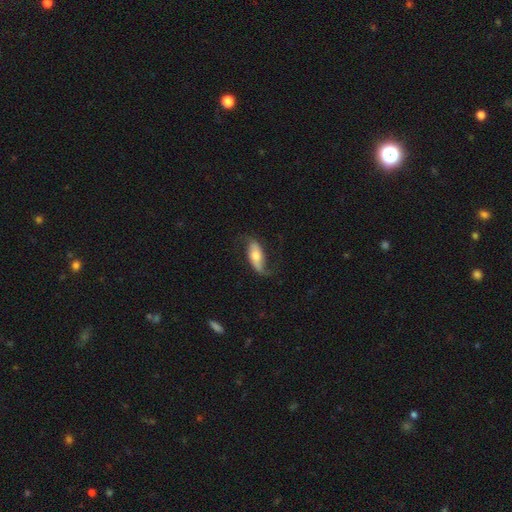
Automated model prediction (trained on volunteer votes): A featured or disk galaxy (55%).

Vote fractions:
- Smooth or featured? featured or disk: 55% / smooth: 38% / star or artifact: 6%
- Edge-on disk? no: 81% / yes: 19%
- Merging? none: 63% / minor disturbance: 22% / major disturbance: 13% / merger: 2%